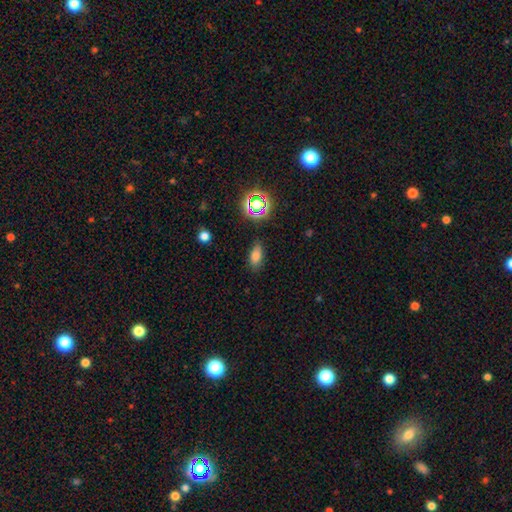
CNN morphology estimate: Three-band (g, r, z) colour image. It shows a smooth galaxy with no disk features (75%) that is in between round and cigar-shaped (85%). Merging: none (82%).